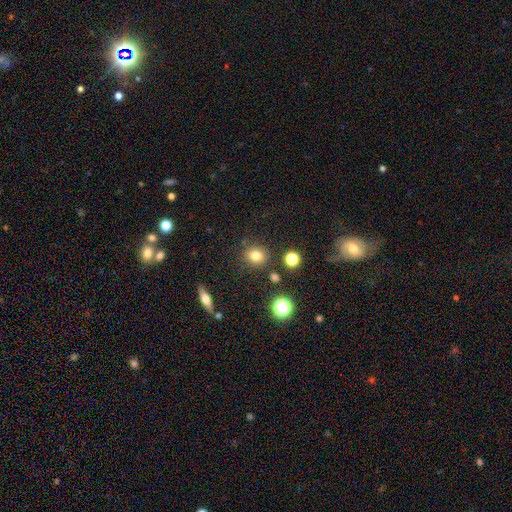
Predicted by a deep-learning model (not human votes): smooth_or_featured: smooth (p=0.78) [alt: star or artifact p=0.15]
how_rounded: round (p=0.79) [alt: in between p=0.20]
merging: none (p=0.85) [alt: minor disturbance p=0.09]